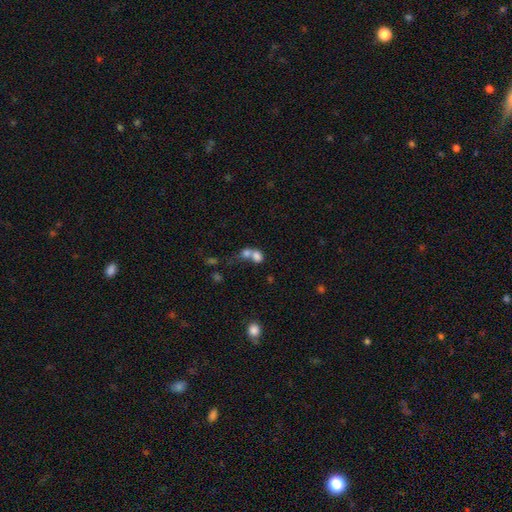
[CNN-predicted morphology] This appears to be a smooth galaxy with no disk features (75%) that is round (49%, tied with in between). Merging: merger (69%).